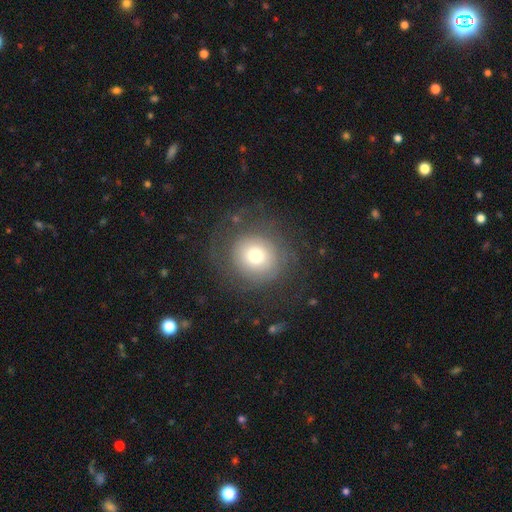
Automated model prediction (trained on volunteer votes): This is possibly a smooth galaxy (52%). How rounded: clearly round (89%). Merging: likely none (70%).